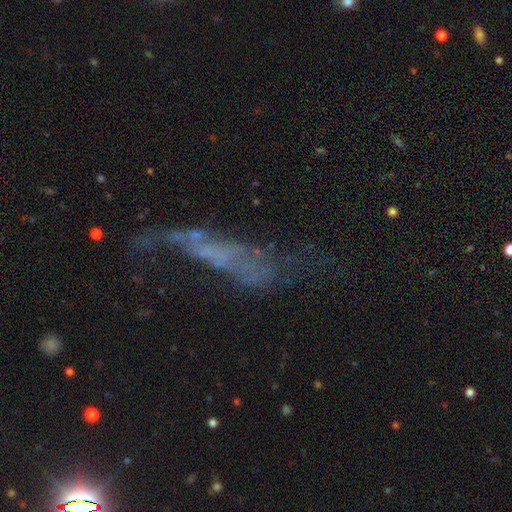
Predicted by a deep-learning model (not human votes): Morphology: type=featured or disk (51%); edge-on=no (72%); merging=major disturbance (41%).